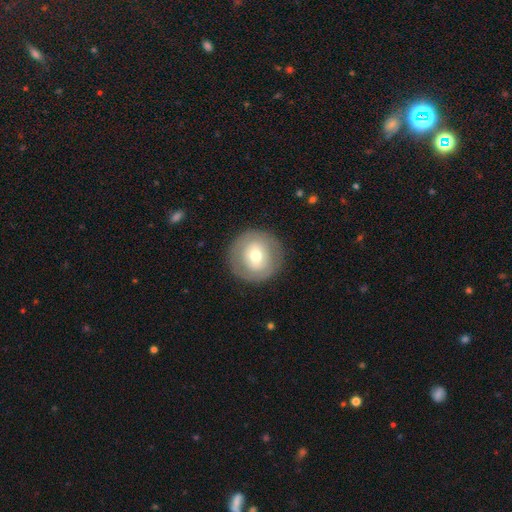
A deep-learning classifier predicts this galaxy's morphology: type=smooth (58%); roundness=round (95%); merging=none (88%).